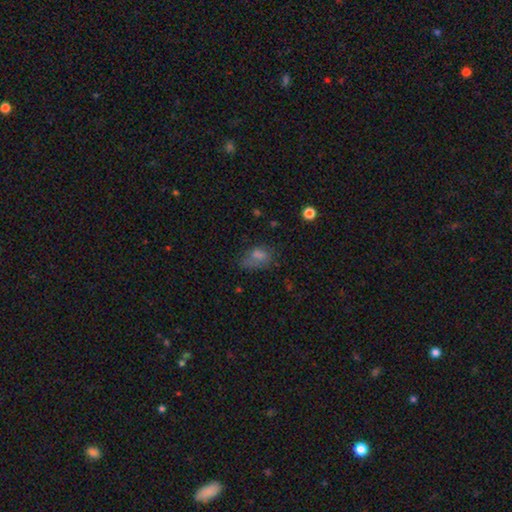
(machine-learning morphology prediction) smooth 57%, star or artifact 25%, featured or disk 19%. Down the decision tree: how rounded — in between (75%); merging — none (49%).